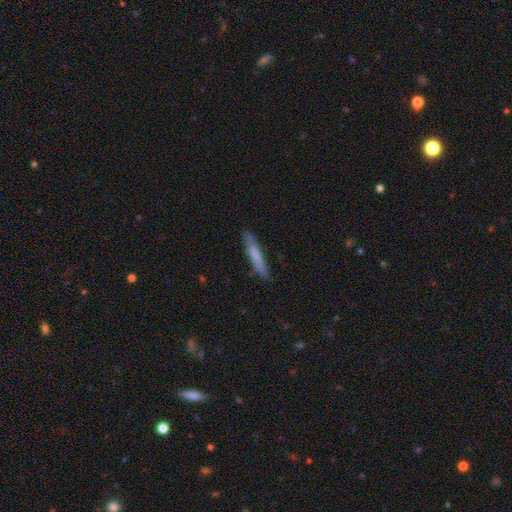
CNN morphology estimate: This is likely a smooth galaxy (71%). How rounded: clearly cigar-shaped (93%). Merging: clearly none (86%).